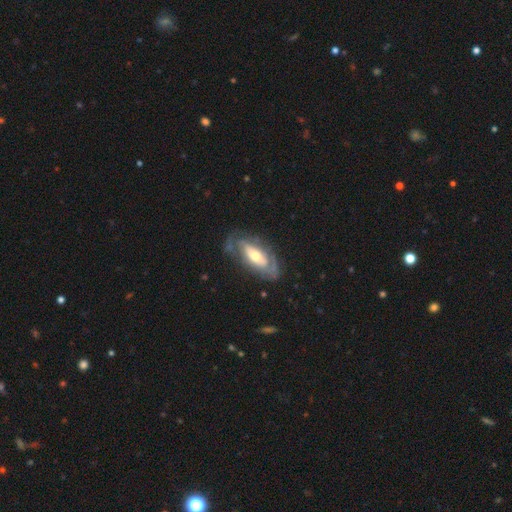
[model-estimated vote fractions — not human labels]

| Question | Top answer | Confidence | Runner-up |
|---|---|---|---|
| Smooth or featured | featured or disk | 70% | smooth (25%) |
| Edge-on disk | no | 85% | yes (15%) |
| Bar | no | 65% | weak (23%) |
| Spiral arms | yes | 66% | no (34%) |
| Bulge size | moderate | 66% | small (20%) |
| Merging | none | 65% | minor disturbance (21%) |